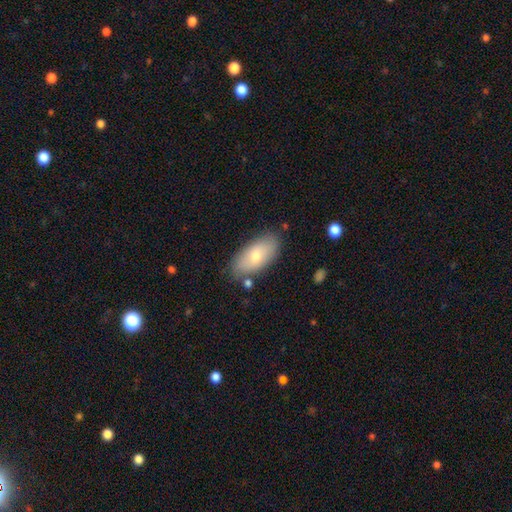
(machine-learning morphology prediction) This is likely a smooth galaxy (70%). How rounded: clearly in between (92%). Merging: likely none (79%).